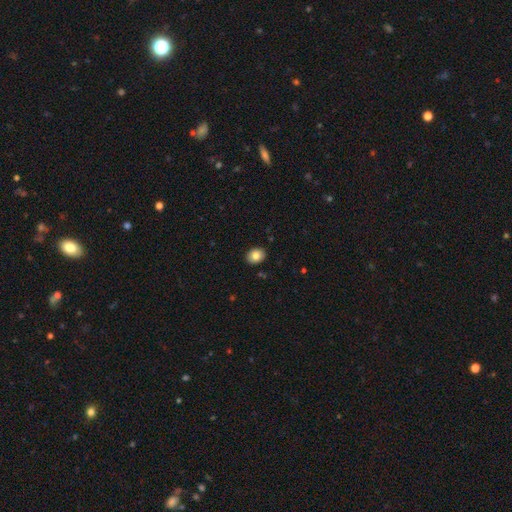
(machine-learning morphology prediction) This appears to be a smooth galaxy with no disk features (83%) that is in between round and cigar-shaped (56%). Merging: none (90%).